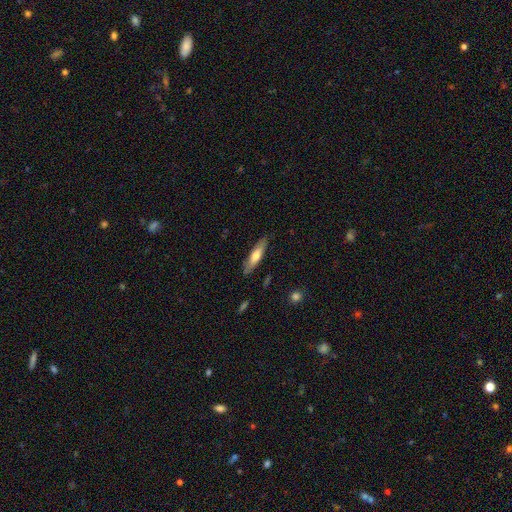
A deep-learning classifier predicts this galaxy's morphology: Q: Smooth or featured?
A: smooth (58%); runner-up: featured or disk (36%)
Q: How rounded?
A: cigar-shaped (73%); runner-up: in between (25%)
Q: Merging?
A: none (84%); runner-up: minor disturbance (12%)